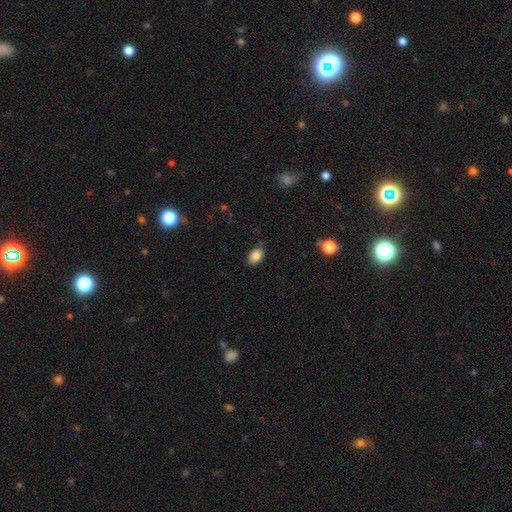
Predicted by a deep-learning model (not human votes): Smooth or featured: smooth — 85% (star or artifact — 9%)
How rounded: in between — 77% (round — 22%)
Merging: none — 72% (minor disturbance — 21%)